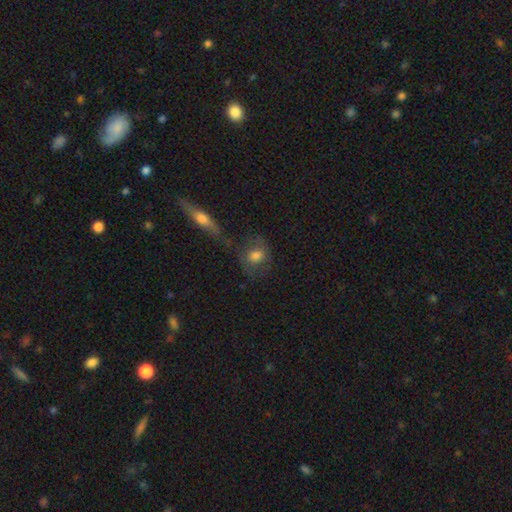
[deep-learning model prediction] smooth_or_featured: smooth (p=0.54) [alt: featured or disk p=0.35]
how_rounded: round (p=0.63) [alt: in between p=0.34]
merging: none (p=0.47) [alt: merger p=0.21]